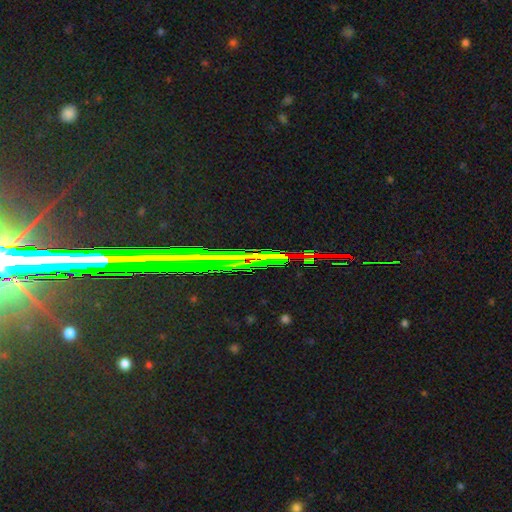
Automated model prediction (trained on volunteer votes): star or artifact 79%, featured or disk 12%, smooth 8%.